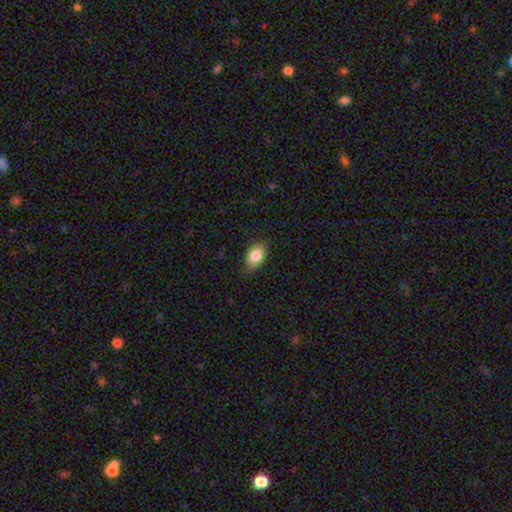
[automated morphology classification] Smooth or featured?
  - smooth: 84% *
  - featured or disk: 8%
  - star or artifact: 7%
How rounded?
  - in between: 87% *
  - round: 11%
  - cigar-shaped: 2%
Merging?
  - none: 79% *
  - minor disturbance: 17%
  - major disturbance: 3%
  - merger: 1%